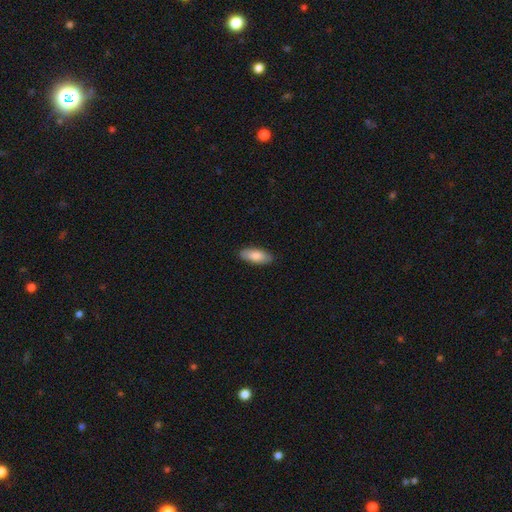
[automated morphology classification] A smooth galaxy with no disk features (84%) that is in between round and cigar-shaped (80%).

Vote fractions:
- Smooth or featured? smooth: 84% / featured or disk: 10% / star or artifact: 5%
- How rounded? in between: 80% / cigar-shaped: 18% / round: 2%
- Merging? none: 88% / minor disturbance: 9% / major disturbance: 2% / merger: 1%